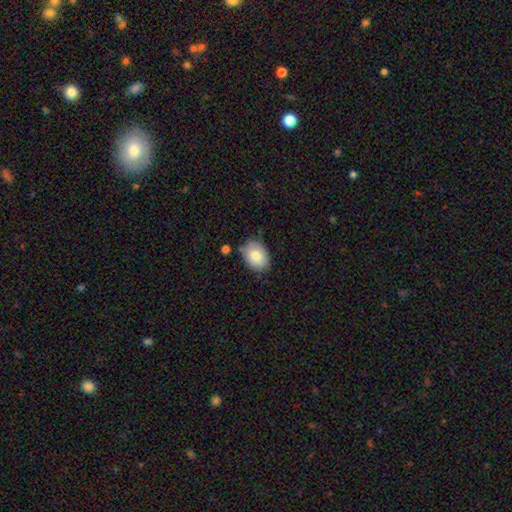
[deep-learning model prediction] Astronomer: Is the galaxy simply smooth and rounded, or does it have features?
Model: smooth — 79%.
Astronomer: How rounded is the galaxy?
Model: in between — 78%.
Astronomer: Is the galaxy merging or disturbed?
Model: none — 76%.